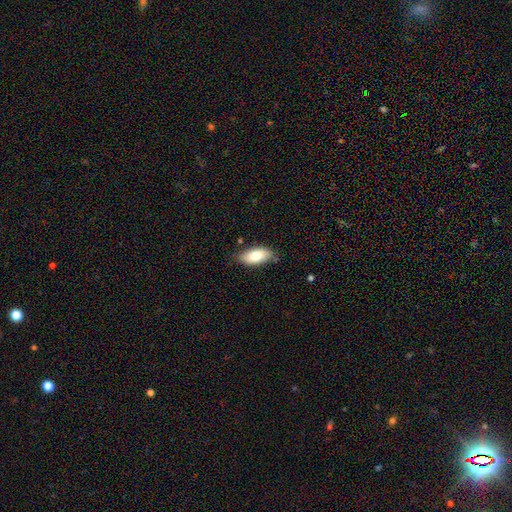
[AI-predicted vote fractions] smooth_or_featured: smooth (p=0.78) [alt: featured or disk p=0.15]
how_rounded: in between (p=0.90) [alt: cigar-shaped p=0.07]
merging: none (p=0.76) [alt: minor disturbance p=0.19]